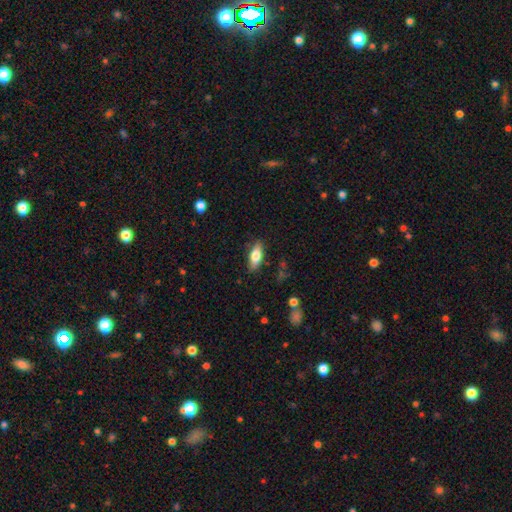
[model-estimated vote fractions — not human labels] Overall: smooth (73%). How rounded: in between (75%). Merging: none (84%).